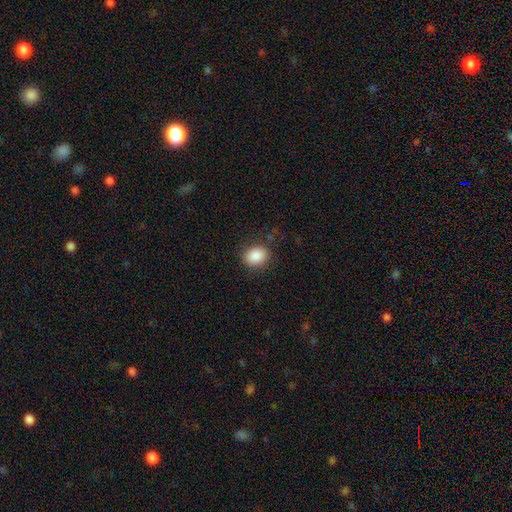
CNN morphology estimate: type=smooth (86%); roundness=in between (54%); merging=none (82%).